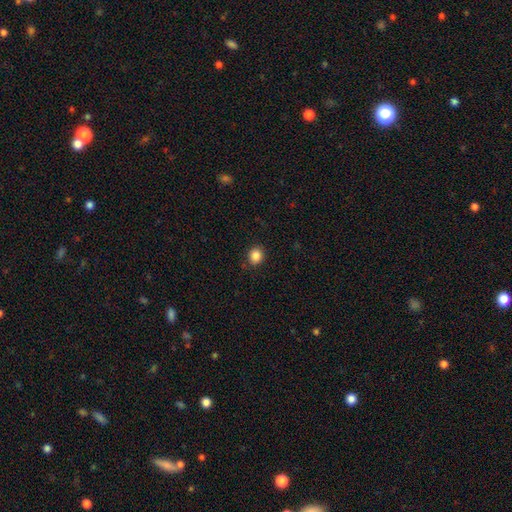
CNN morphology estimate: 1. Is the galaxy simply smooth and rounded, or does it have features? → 86% smooth, 11% star or artifact, 4% featured or disk.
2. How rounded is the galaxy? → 79% round, 20% in between, 1% cigar-shaped.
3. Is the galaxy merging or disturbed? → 89% none, 8% minor disturbance, 2% major disturbance, 1% merger.